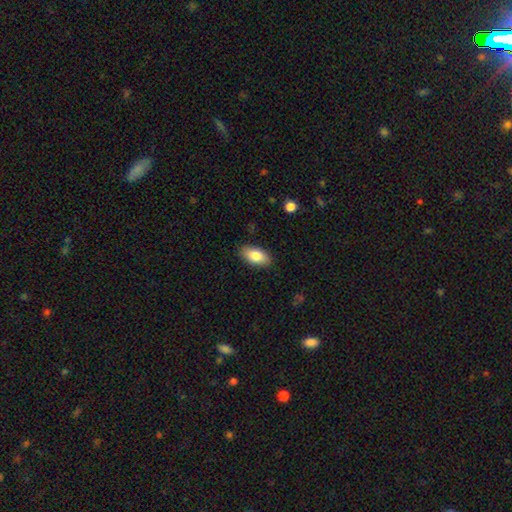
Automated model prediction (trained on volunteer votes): smooth-or-featured: smooth: 83% | featured or disk: 10% | star or artifact: 7%
  how-rounded: in between: 92% | cigar-shaped: 5% | round: 4%
  merging: none: 88% | minor disturbance: 9% | major disturbance: 2% | merger: 1%